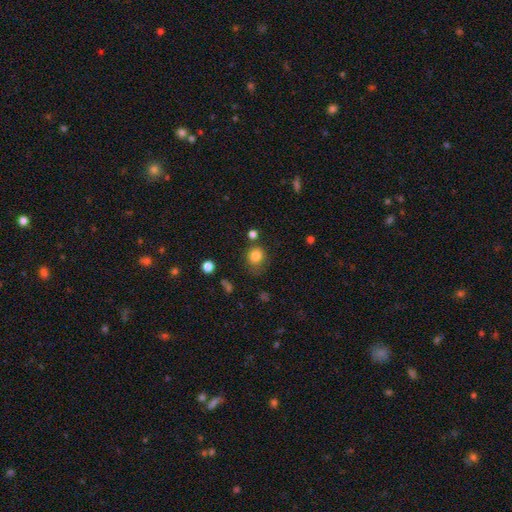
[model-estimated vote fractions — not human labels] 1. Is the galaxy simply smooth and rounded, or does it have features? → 82% smooth, 11% star or artifact, 6% featured or disk.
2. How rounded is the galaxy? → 79% round, 20% in between, 1% cigar-shaped.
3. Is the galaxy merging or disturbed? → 66% none, 19% minor disturbance, 8% major disturbance, 8% merger.